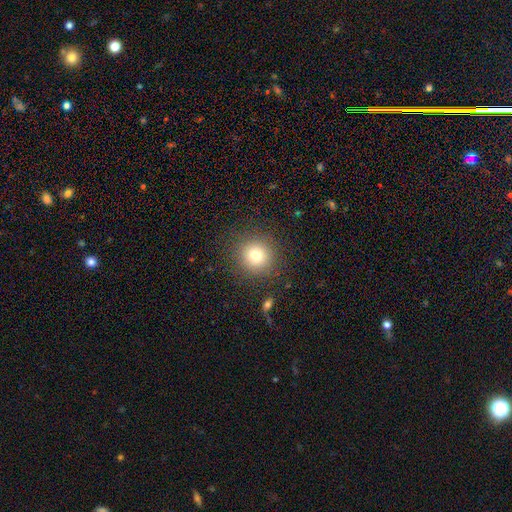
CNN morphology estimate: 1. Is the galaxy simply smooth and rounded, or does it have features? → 77% smooth, 13% star or artifact, 10% featured or disk.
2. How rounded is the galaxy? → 93% round, 6% in between, 1% cigar-shaped.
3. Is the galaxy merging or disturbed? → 88% none, 7% minor disturbance, 4% major disturbance, 1% merger.